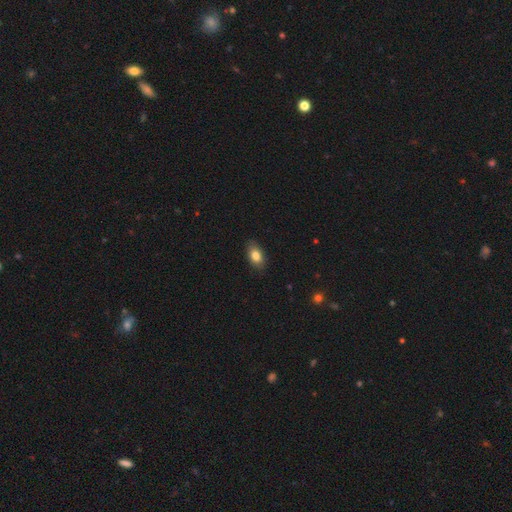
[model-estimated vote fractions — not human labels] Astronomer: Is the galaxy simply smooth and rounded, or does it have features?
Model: smooth — 83%.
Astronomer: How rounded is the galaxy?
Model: in between — 89%.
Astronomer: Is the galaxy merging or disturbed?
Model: none — 86%.